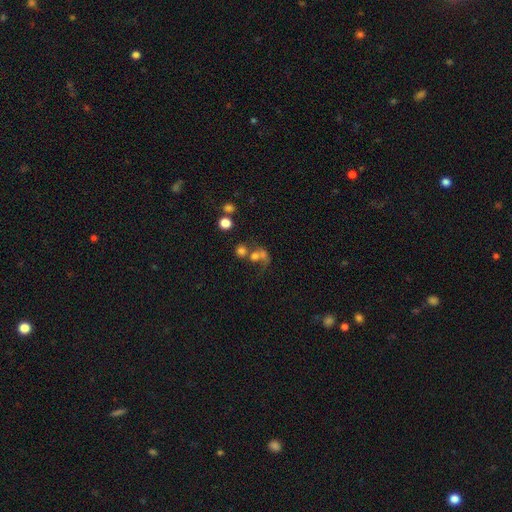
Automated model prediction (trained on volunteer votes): smooth_or_featured: smooth (p=0.47) [alt: featured or disk p=0.29]
merging: merger (p=0.51) [alt: none p=0.26]